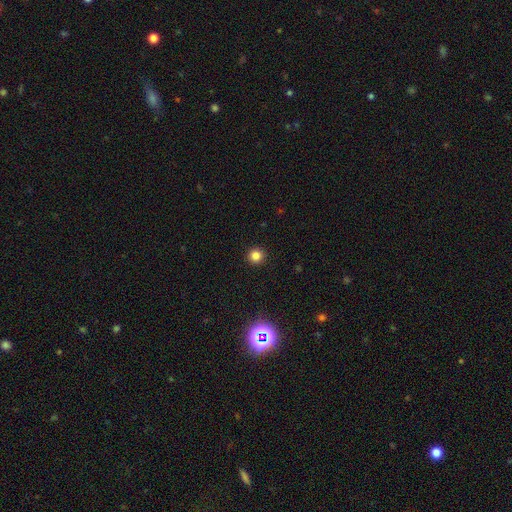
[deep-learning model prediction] This appears to be a smooth galaxy with no disk features (82%) that is round (95%). Merging: none (93%).